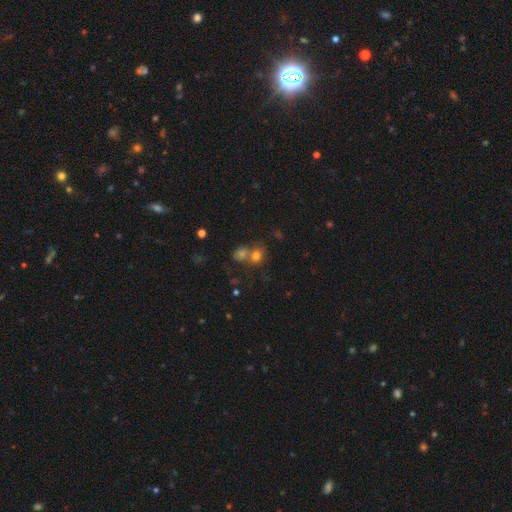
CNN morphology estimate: smooth 73%, star or artifact 16%, featured or disk 11%. Down the decision tree: how rounded — round (68%); merging — merger (50%).